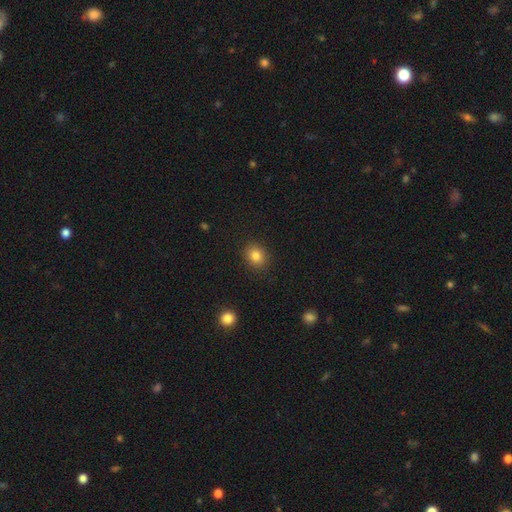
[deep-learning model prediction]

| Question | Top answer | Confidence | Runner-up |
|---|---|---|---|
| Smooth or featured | smooth | 83% | star or artifact (11%) |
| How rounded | round | 63% | in between (36%) |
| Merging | none | 89% | minor disturbance (8%) |